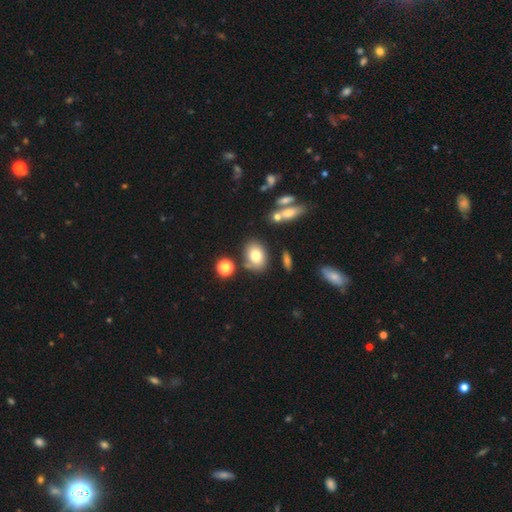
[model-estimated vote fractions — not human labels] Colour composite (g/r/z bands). It shows a smooth galaxy with no disk features (75%) that is in between round and cigar-shaped (69%). Merging: none (74%).